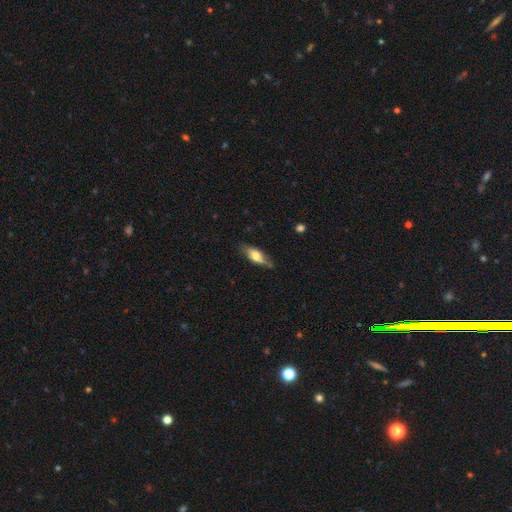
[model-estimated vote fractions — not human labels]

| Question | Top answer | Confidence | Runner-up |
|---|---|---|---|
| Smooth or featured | smooth | 66% | featured or disk (28%) |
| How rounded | in between | 67% | cigar-shaped (30%) |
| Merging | none | 73% | minor disturbance (20%) |